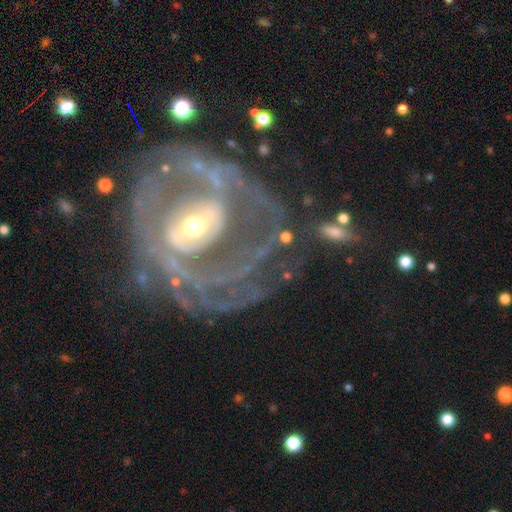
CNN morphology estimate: A featured or disk galaxy (85%) with a weak bar (38%), tight (57%) spiral arms (82%) and a small central bulge (48%).

Vote fractions:
- Smooth or featured? featured or disk: 85% / smooth: 8% / star or artifact: 7%
- Edge-on disk? no: 96% / yes: 4%
- Bar? weak: 38% / strong: 31% / no: 31%
- Spiral arms? yes: 82% / no: 18%
- Spiral winding? tight: 57% / medium: 31% / loose: 12%
- Spiral arm count? can't tell: 39% / 2: 30% / 3: 12% / 1: 7% / 4: 7% / more than 4: 6%
- Bulge size? small: 48% / moderate: 43% / large: 5% / none: 2% / dominant: 1%
- Merging? none: 56% / major disturbance: 22% / minor disturbance: 18% / merger: 3%